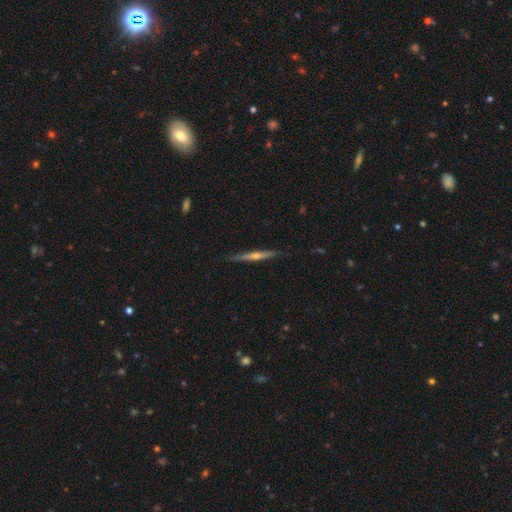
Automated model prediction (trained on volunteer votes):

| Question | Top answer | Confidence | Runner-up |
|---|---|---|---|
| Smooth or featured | featured or disk | 72% | smooth (22%) |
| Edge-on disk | yes | 98% | no (2%) |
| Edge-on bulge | rounded | 77% | none (18%) |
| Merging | none | 89% | minor disturbance (9%) |